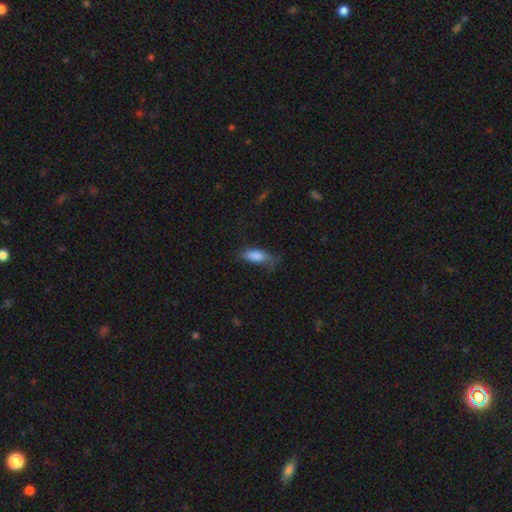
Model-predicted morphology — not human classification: smooth 81%, featured or disk 11%, star or artifact 8%. Down the decision tree: how rounded — in between (75%); merging — none (45%).